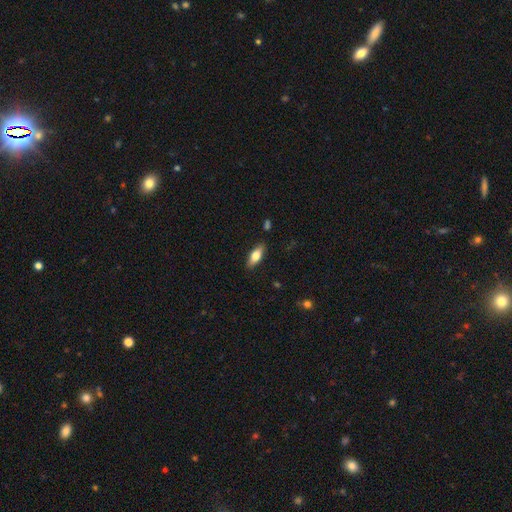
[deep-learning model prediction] Smooth or featured: smooth — 69% (featured or disk — 25%)
How rounded: in between — 71% (cigar-shaped — 27%)
Merging: none — 86% (minor disturbance — 10%)